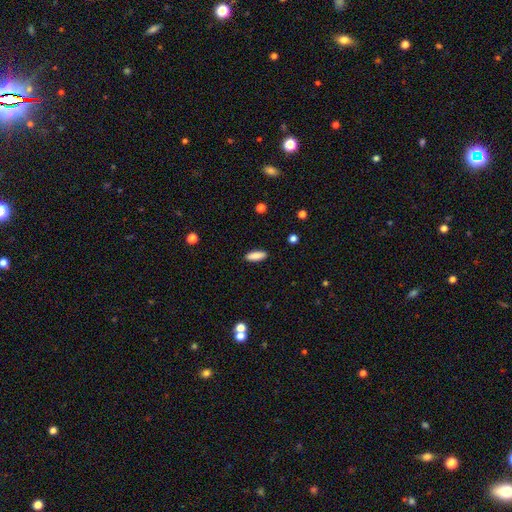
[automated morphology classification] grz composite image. It shows a smooth galaxy with no disk features (87%) that is in between round and cigar-shaped (59%). Merging: none (90%).